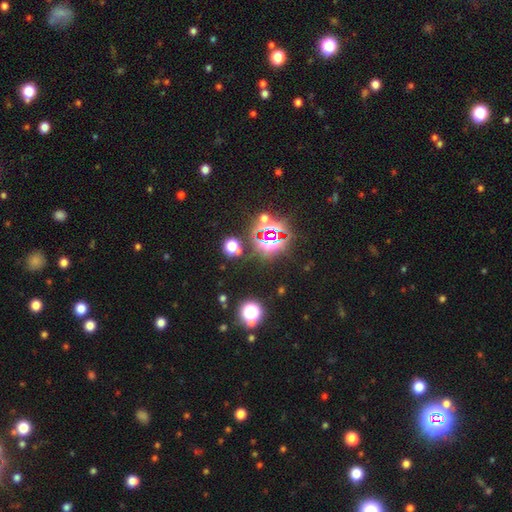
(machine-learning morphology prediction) Smooth or featured? Predicted: star or artifact (p=0.80).